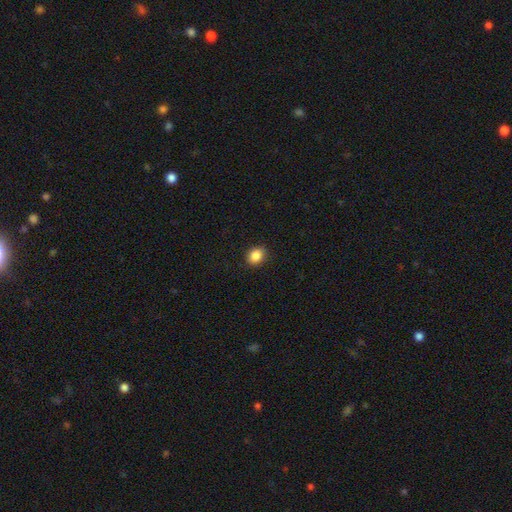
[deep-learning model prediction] smooth 87%, star or artifact 9%, featured or disk 4%. Down the decision tree: how rounded — round (52%); merging — none (89%).